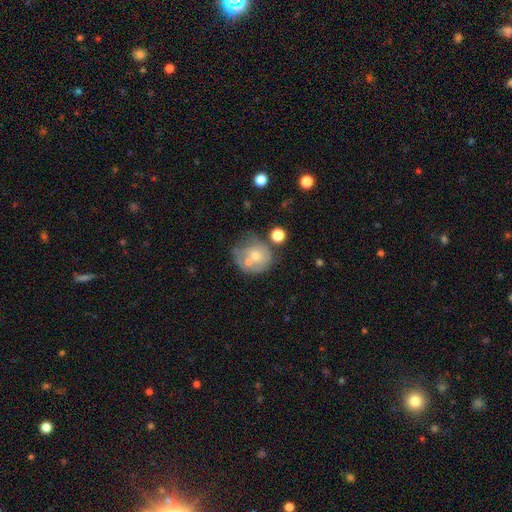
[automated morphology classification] Smooth or featured? smooth (48%)
Merging? none (39%)